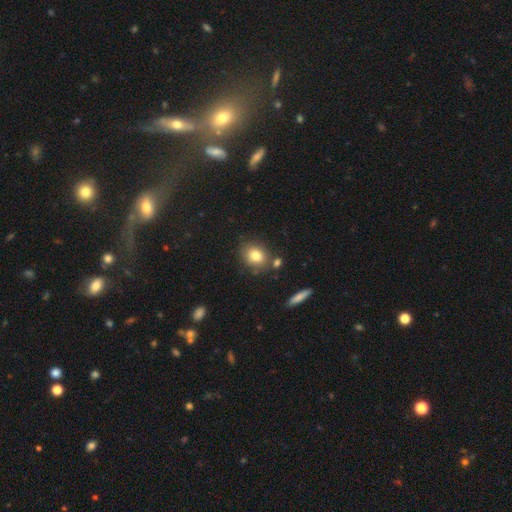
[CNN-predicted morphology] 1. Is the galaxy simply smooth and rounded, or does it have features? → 80% smooth, 10% featured or disk, 10% star or artifact.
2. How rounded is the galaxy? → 55% round, 44% in between, 1% cigar-shaped.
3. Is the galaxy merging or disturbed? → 74% none, 12% minor disturbance, 11% merger, 3% major disturbance.